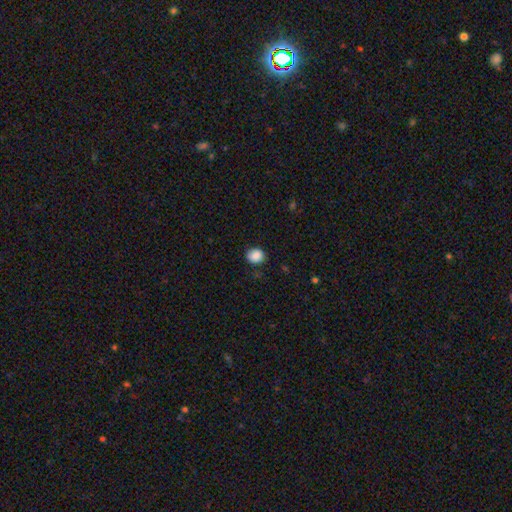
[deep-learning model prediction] This is clearly a smooth galaxy (88%). How rounded: likely round (72%). Merging: clearly none (85%).